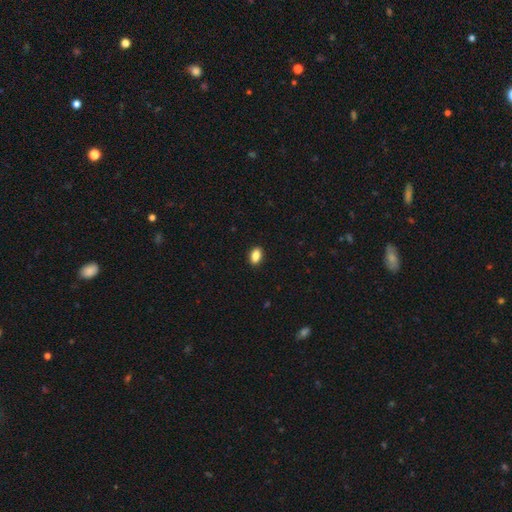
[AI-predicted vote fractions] The model was most divided on "how rounded": in between: 88%, round: 9%, cigar-shaped: 3%. More confident: merging — none (90%); smooth or featured — smooth (88%).